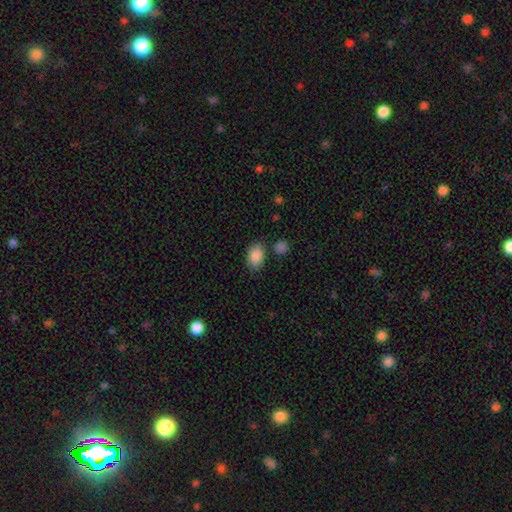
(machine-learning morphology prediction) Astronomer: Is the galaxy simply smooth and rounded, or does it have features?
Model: smooth — 88%.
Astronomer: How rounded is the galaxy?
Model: in between — 85%.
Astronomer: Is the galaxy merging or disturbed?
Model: none — 79%.